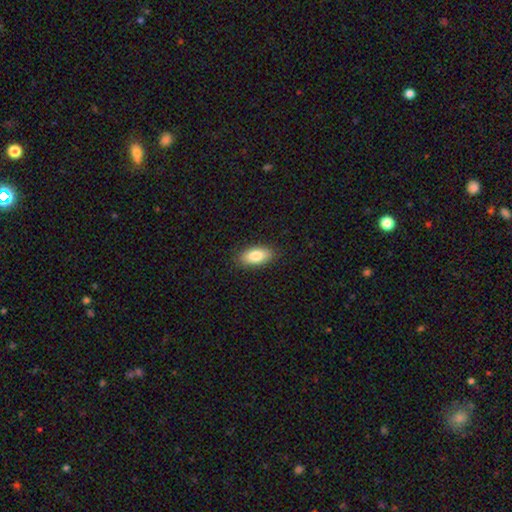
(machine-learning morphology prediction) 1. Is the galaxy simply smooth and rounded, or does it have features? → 84% smooth, 9% featured or disk, 7% star or artifact.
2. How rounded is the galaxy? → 91% in between, 6% cigar-shaped, 3% round.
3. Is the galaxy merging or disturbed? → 87% none, 10% minor disturbance, 2% major disturbance, 1% merger.